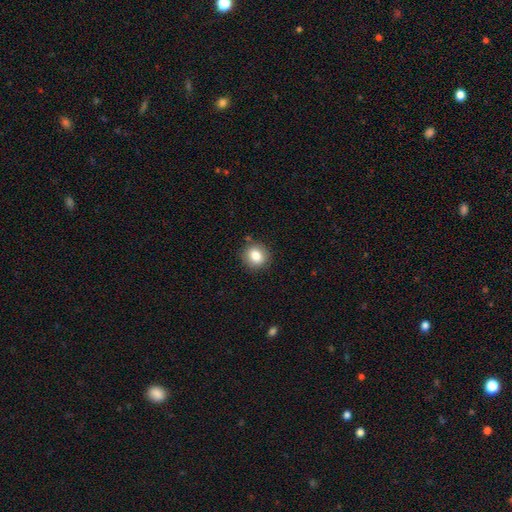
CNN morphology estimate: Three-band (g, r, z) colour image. It shows a smooth galaxy with no disk features (82%) that is round (82%). Merging: none (87%).